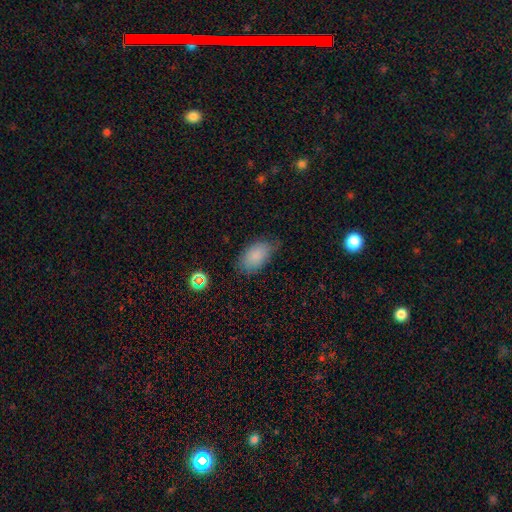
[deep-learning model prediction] smooth 85%, star or artifact 8%, featured or disk 7%. Down the decision tree: how rounded — in between (93%); merging — none (70%).